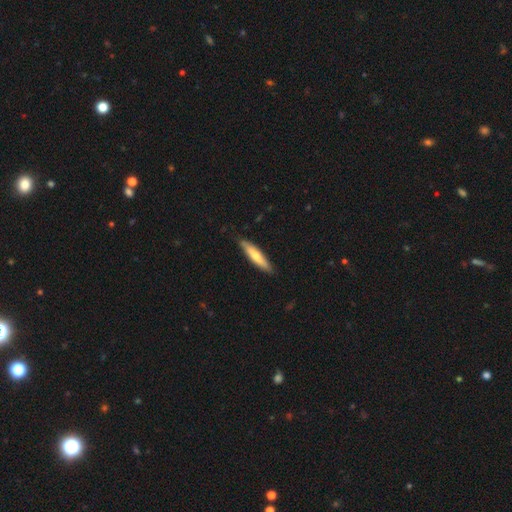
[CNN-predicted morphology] Smooth or featured?
  - smooth: 63% *
  - featured or disk: 32%
  - star or artifact: 5%
How rounded?
  - cigar-shaped: 82% *
  - in between: 16%
  - round: 1%
Merging?
  - none: 85% *
  - minor disturbance: 12%
  - major disturbance: 2%
  - merger: 1%